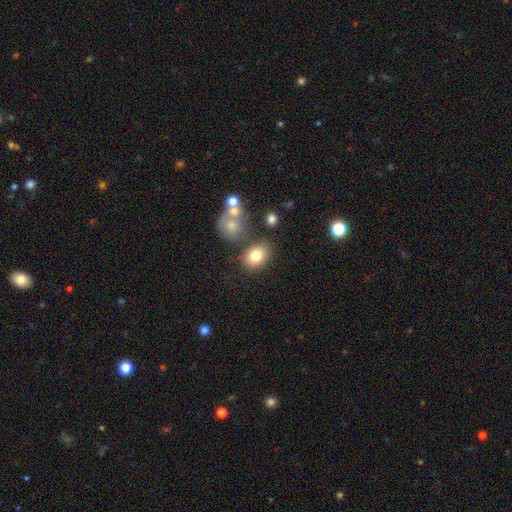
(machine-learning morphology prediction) Smooth or featured? Predicted: smooth (p=0.79). How rounded? Predicted: in between (p=0.69). Merging? Predicted: none (p=0.69).